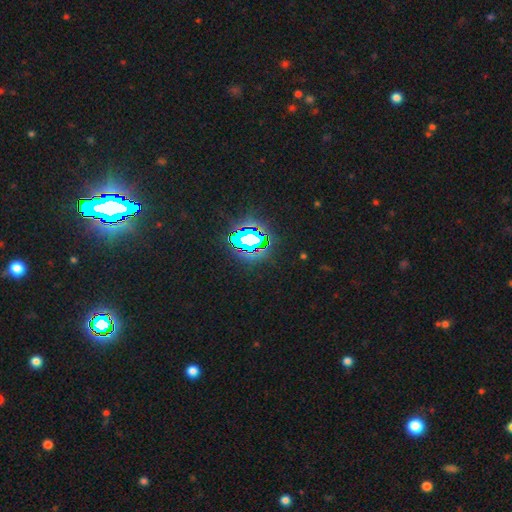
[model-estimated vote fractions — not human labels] The model was most divided on "smooth or featured": star or artifact: 84%, smooth: 10%, featured or disk: 7%.